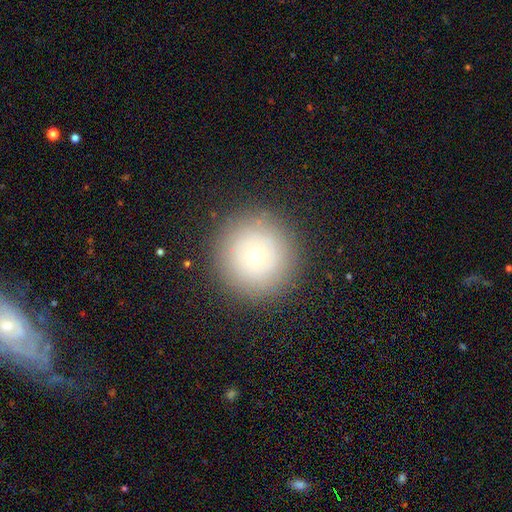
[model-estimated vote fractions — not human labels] Smooth or featured?
  - smooth: 63% *
  - featured or disk: 24%
  - star or artifact: 13%
How rounded?
  - round: 96% *
  - in between: 3%
  - cigar-shaped: 1%
Merging?
  - none: 88% *
  - minor disturbance: 8%
  - major disturbance: 3%
  - merger: 1%